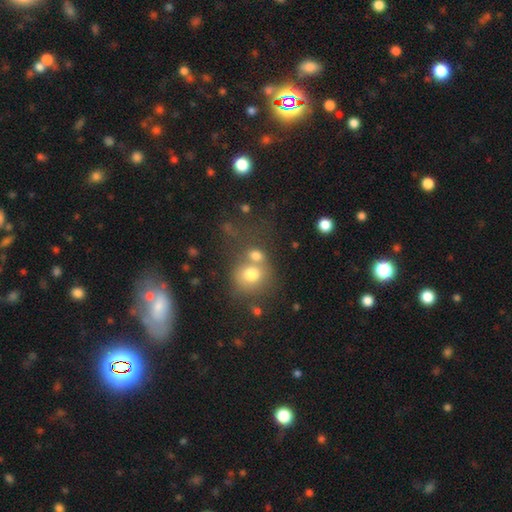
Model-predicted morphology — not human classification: Smooth or featured? smooth (71%)
How rounded? round (71%)
Merging? merger (50%)